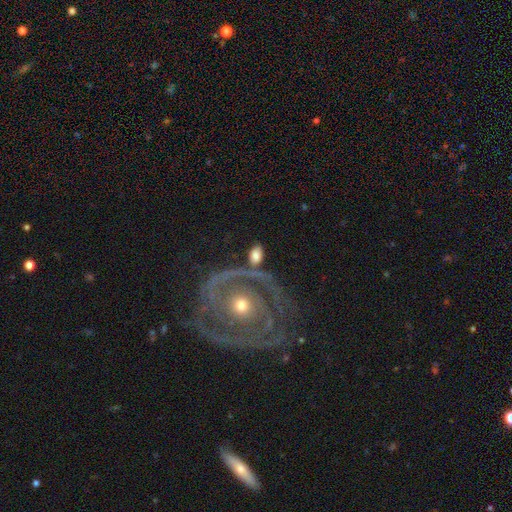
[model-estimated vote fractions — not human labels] smooth 64%, featured or disk 29%, star or artifact 7%. Down the decision tree: how rounded — in between (83%); merging — none (63%).